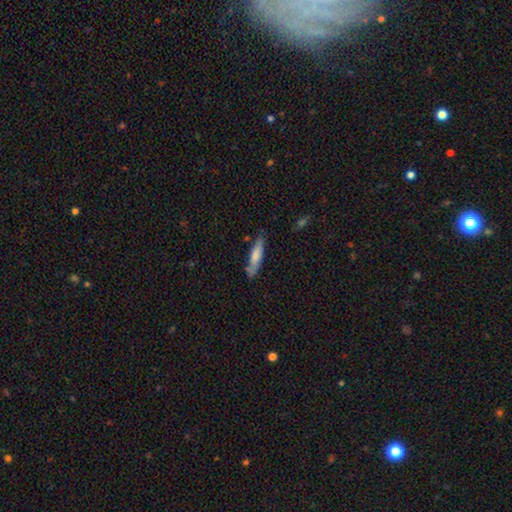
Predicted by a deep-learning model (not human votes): smooth-or-featured: smooth: 71% | featured or disk: 23% | star or artifact: 6%
  how-rounded: cigar-shaped: 75% | in between: 23% | round: 1%
  merging: none: 72% | minor disturbance: 20% | merger: 4% | major disturbance: 4%